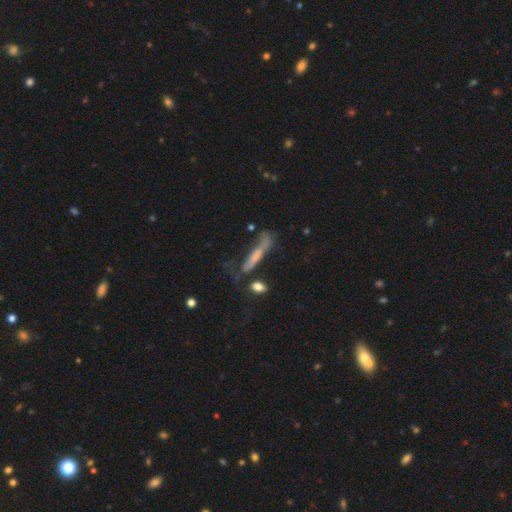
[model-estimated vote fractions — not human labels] Smooth or featured: smooth — 53% (featured or disk — 37%)
How rounded: cigar-shaped — 87% (in between — 11%)
Merging: none — 45% (minor disturbance — 24%)